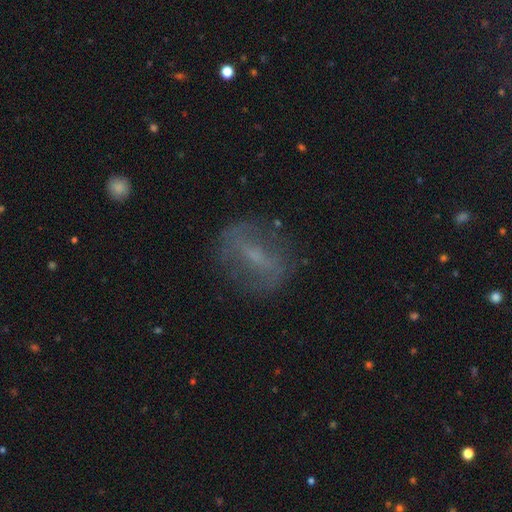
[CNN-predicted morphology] smooth_or_featured: featured or disk (p=0.54) [alt: smooth p=0.32]
disk_edge_on: no (p=0.86) [alt: yes p=0.14]
merging: none (p=0.76) [alt: minor disturbance p=0.15]